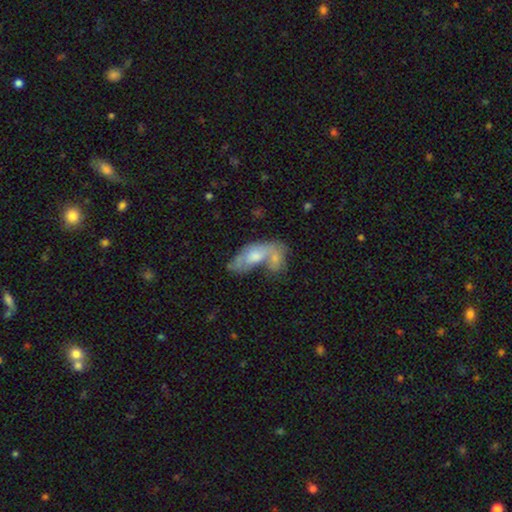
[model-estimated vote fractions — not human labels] smooth_or_featured: smooth (p=0.51) [alt: featured or disk p=0.41]
how_rounded: in between (p=0.81) [alt: cigar-shaped p=0.13]
merging: merger (p=0.53) [alt: none p=0.23]